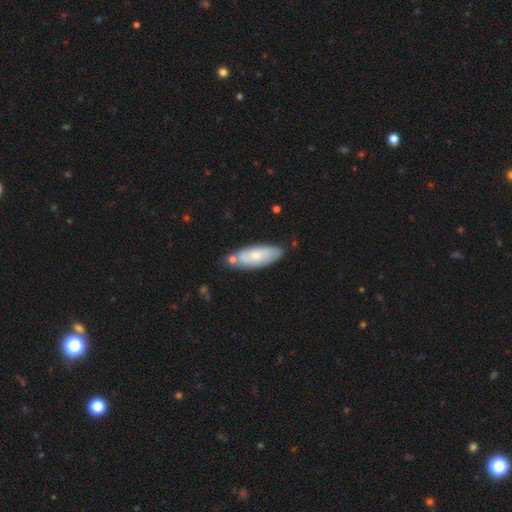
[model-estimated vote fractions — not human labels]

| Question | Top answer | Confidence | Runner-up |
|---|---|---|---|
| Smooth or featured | smooth | 59% | featured or disk (35%) |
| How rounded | in between | 67% | cigar-shaped (31%) |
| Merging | none | 69% | minor disturbance (18%) |